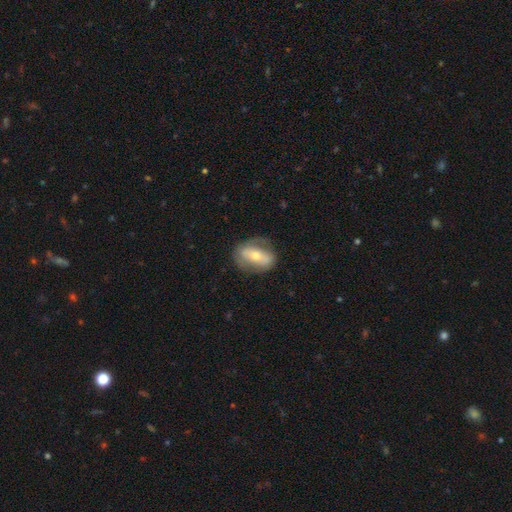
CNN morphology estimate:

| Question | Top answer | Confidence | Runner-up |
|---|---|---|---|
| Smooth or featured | featured or disk | 52% | smooth (41%) |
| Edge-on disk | no | 85% | yes (15%) |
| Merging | none | 72% | minor disturbance (18%) |